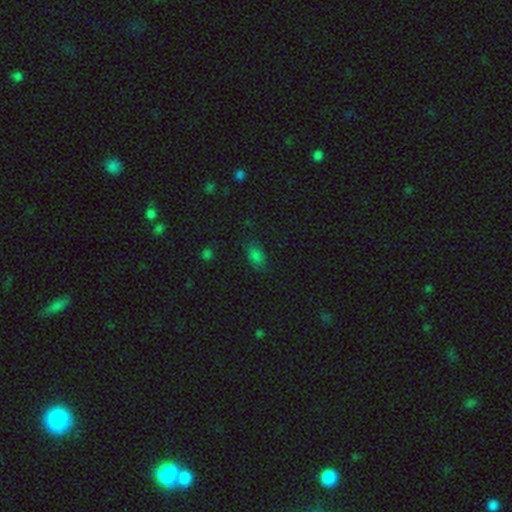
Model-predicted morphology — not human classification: type=smooth (78%); roundness=in between (88%); merging=none (79%).